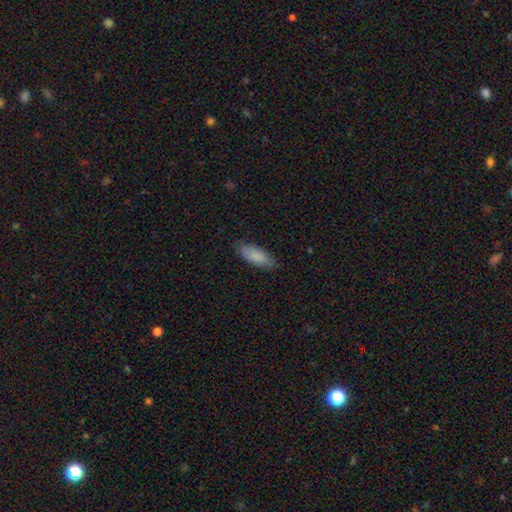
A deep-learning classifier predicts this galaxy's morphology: smooth-or-featured: smooth: 83% | featured or disk: 11% | star or artifact: 6%
  how-rounded: in between: 73% | cigar-shaped: 25% | round: 2%
  merging: none: 76% | minor disturbance: 19% | major disturbance: 3% | merger: 1%